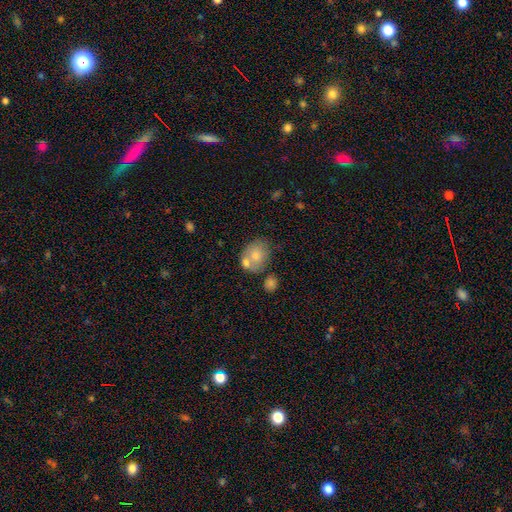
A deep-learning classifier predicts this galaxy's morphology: smooth-or-featured: smooth: 71% | featured or disk: 21% | star or artifact: 8%
  how-rounded: round: 52% | in between: 47% | cigar-shaped: 1%
  merging: none: 45% | merger: 35% | minor disturbance: 15% | major disturbance: 5%